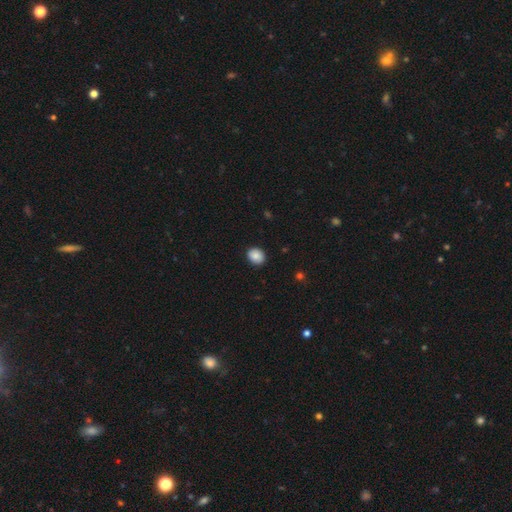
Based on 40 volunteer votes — A smooth galaxy with no disk features (88%) that is round (60%).

Vote fractions:
- Smooth or featured? smooth: 88% / star or artifact: 8% / featured or disk: 5%
- How rounded? round: 60% / in between: 40% / cigar-shaped: 0%
- Merging? none: 97% / major disturbance: 3% / minor disturbance: 0% / merger: 0%